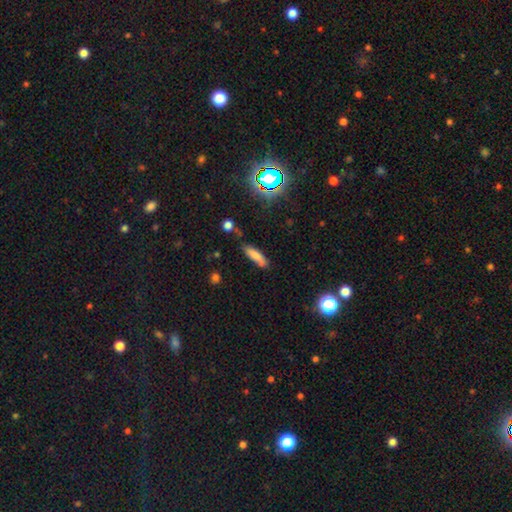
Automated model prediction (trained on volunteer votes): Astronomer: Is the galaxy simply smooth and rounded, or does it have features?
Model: smooth — 74%.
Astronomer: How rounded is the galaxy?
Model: cigar-shaped — 59% (runner-up: in between, 38%).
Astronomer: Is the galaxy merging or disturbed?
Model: none — 66%.